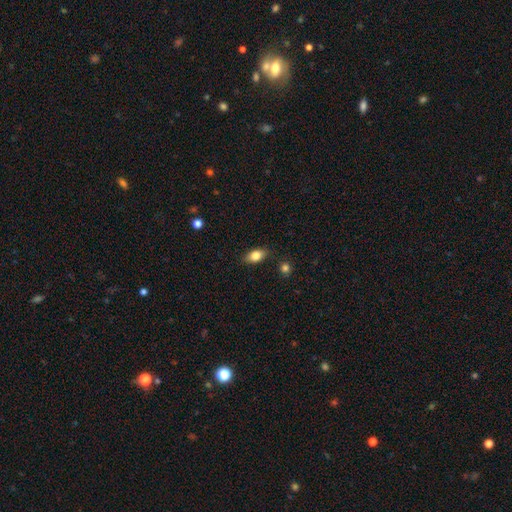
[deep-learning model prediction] Smooth or featured: smooth — 81% (featured or disk — 11%)
How rounded: in between — 85% (round — 9%)
Merging: none — 84% (minor disturbance — 12%)